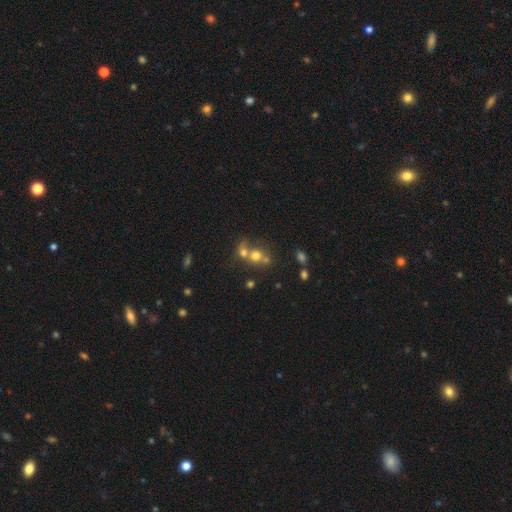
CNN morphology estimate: The model was most divided on "merging": merger: 55%, none: 32%, minor disturbance: 7%, major disturbance: 5%. More confident: how rounded — round (77%); smooth or featured — smooth (63%).